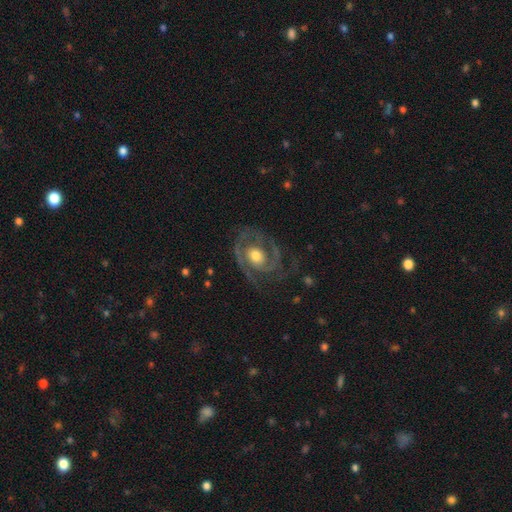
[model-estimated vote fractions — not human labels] This appears to be a featured or disk galaxy (87%) with no bar (71%), 2 (61%) tight (48%) spiral arms (93%) and a moderate central bulge (67%). Merging: none (65%).